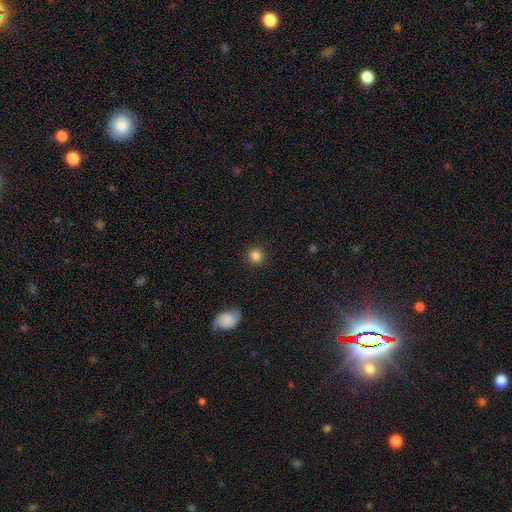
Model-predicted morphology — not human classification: A smooth galaxy with no disk features (85%) that is round (93%).

Vote fractions:
- Smooth or featured? smooth: 85% / star or artifact: 11% / featured or disk: 4%
- How rounded? round: 93% / in between: 6% / cigar-shaped: 1%
- Merging? none: 91% / minor disturbance: 6% / major disturbance: 2% / merger: 1%